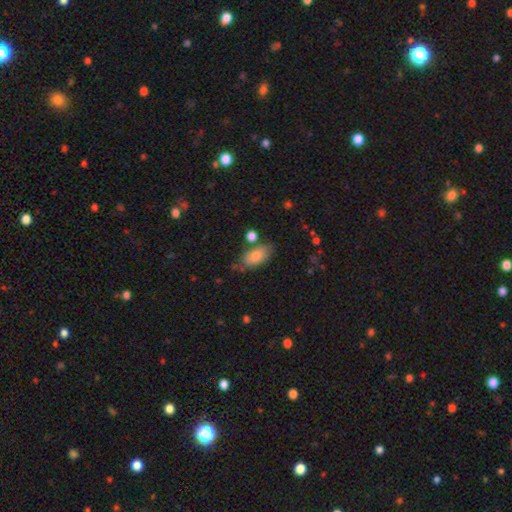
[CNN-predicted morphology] A smooth galaxy with no disk features (78%) that is in between round and cigar-shaped (91%).

Vote fractions:
- Smooth or featured? smooth: 78% / featured or disk: 15% / star or artifact: 7%
- How rounded? in between: 91% / round: 5% / cigar-shaped: 4%
- Merging? none: 69% / minor disturbance: 16% / merger: 10% / major disturbance: 4%